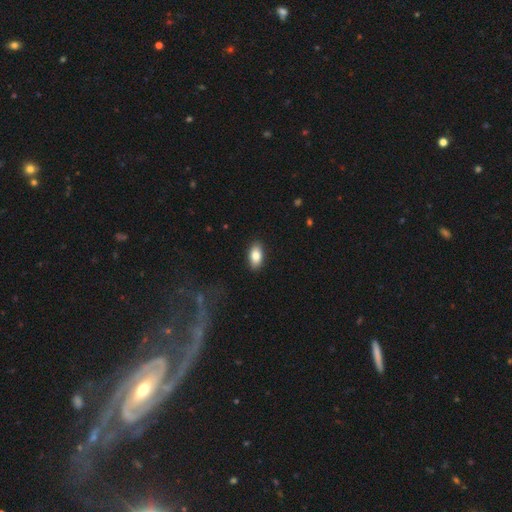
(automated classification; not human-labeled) This appears to be a smooth galaxy with no disk features (84%) that is in between round and cigar-shaped (91%). Merging: none (89%).